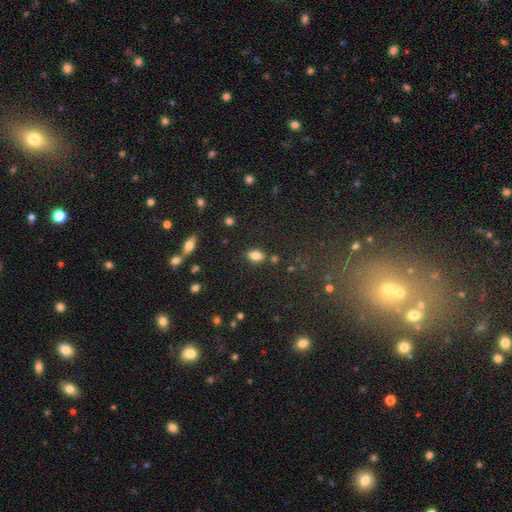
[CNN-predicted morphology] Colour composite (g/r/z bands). It shows a smooth galaxy with no disk features (81%) that is in between round and cigar-shaped (86%). Merging: none (78%).